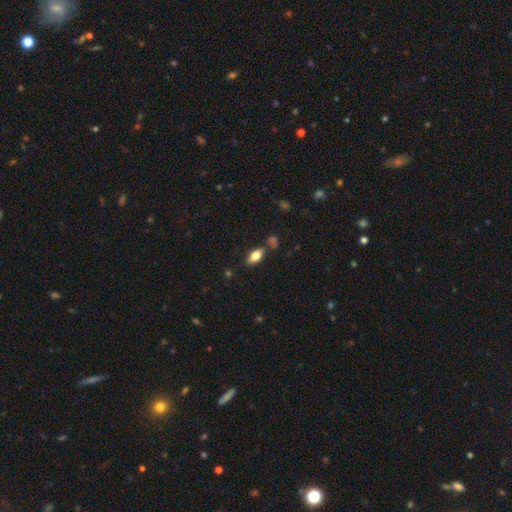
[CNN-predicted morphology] smooth-or-featured: smooth: 74% | featured or disk: 19% | star or artifact: 8%
  how-rounded: in between: 88% | cigar-shaped: 8% | round: 4%
  merging: none: 78% | minor disturbance: 14% | merger: 6% | major disturbance: 3%